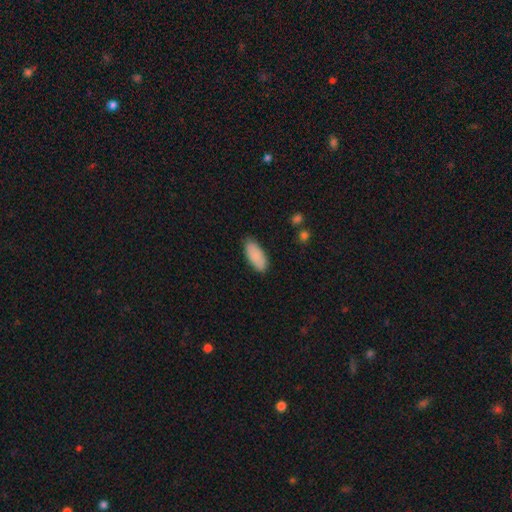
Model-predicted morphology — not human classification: This is clearly a smooth galaxy (89%). How rounded: clearly in between (86%). Merging: clearly none (82%).